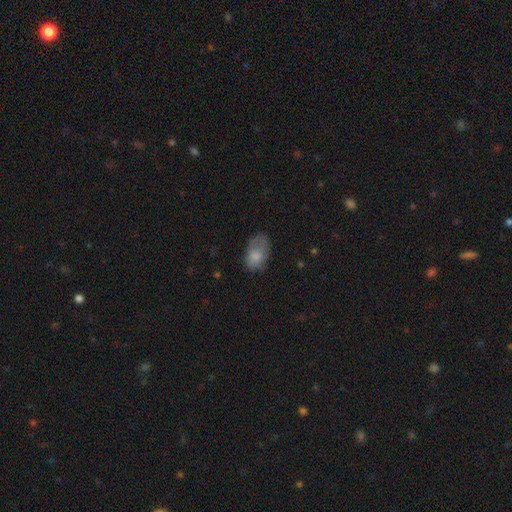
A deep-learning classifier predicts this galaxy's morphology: Overall: smooth (77%). How rounded: in between (88%). Merging: none (47%; minor disturbance 33%).